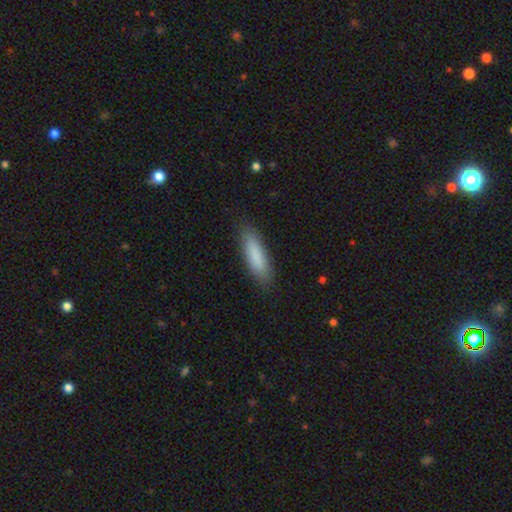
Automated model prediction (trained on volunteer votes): Overall: smooth (86%). How rounded: cigar-shaped (61%; in between 37%). Merging: none (86%).